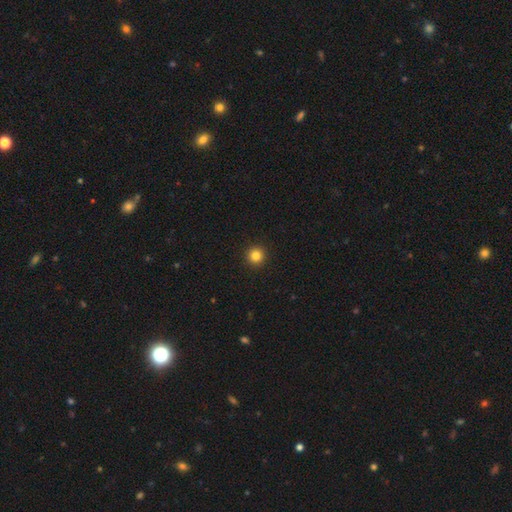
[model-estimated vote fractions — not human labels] A smooth galaxy with no disk features (84%) that is round (96%).

Vote fractions:
- Smooth or featured? smooth: 84% / star or artifact: 12% / featured or disk: 4%
- How rounded? round: 96% / in between: 4% / cigar-shaped: 1%
- Merging? none: 94% / minor disturbance: 4% / major disturbance: 1% / merger: 1%